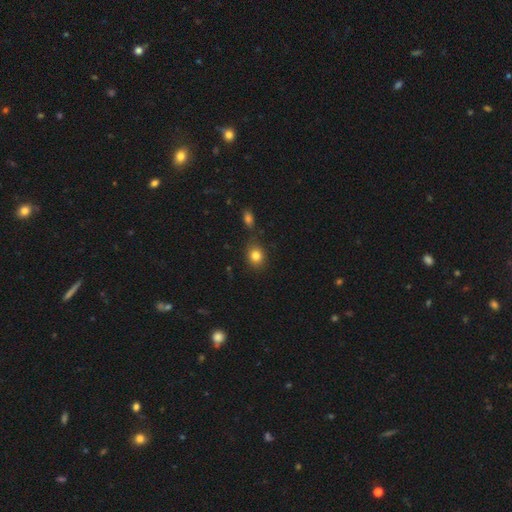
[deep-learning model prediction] This appears to be a smooth galaxy with no disk features (82%) that is round (63%). Merging: none (78%).